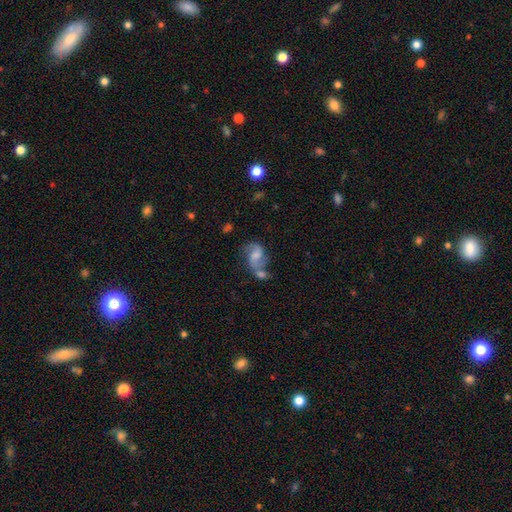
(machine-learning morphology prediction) Smooth or featured? Predicted: featured or disk (p=0.61). Edge-on disk? Predicted: no (p=0.97). Bar? Predicted: no (p=0.45). Spiral arms? Predicted: yes (p=0.86). Spiral winding? Predicted: loose (p=0.57). Spiral arm count? Predicted: 2 (p=0.86). Bulge size? Predicted: moderate (p=0.33). Merging? Predicted: merger (p=0.38).